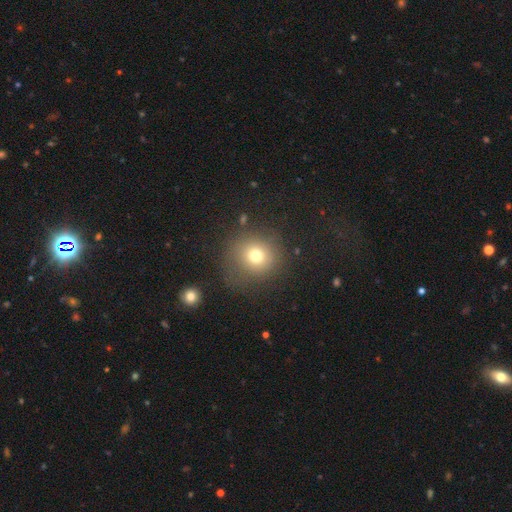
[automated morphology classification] smooth 73%, star or artifact 16%, featured or disk 11%. Down the decision tree: how rounded — round (87%); merging — none (75%).